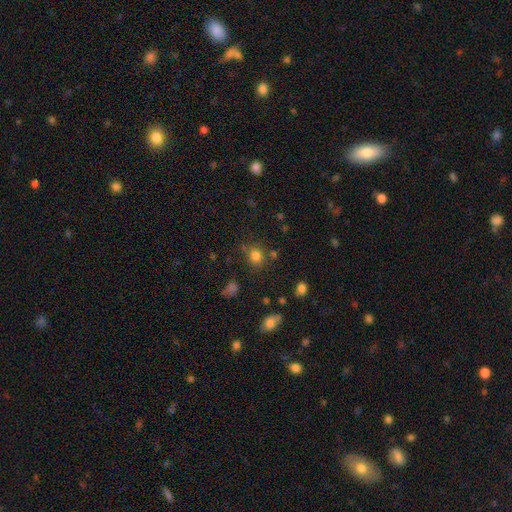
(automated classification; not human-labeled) Smooth or featured? Predicted: smooth (p=0.79). How rounded? Predicted: round (p=0.78). Merging? Predicted: none (p=0.76).